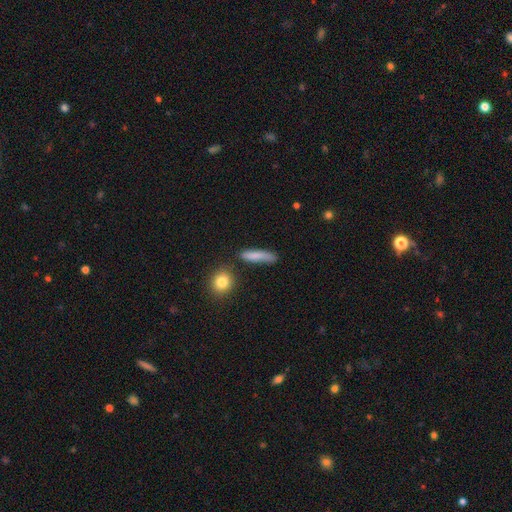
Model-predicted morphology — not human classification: type=smooth (80%); roundness=cigar-shaped (79%); merging=none (72%).